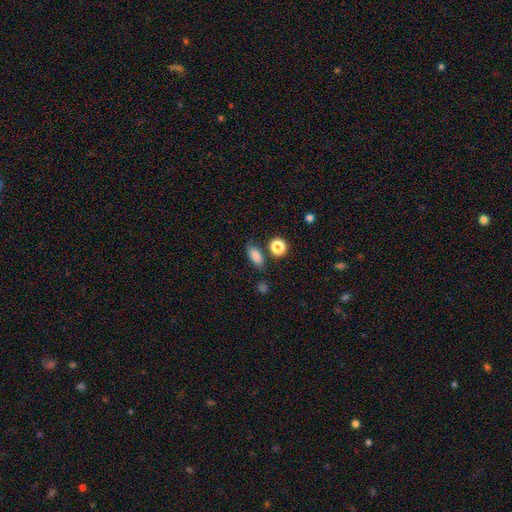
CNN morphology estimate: Q: Smooth or featured?
A: smooth (84%); runner-up: star or artifact (10%)
Q: How rounded?
A: in between (77%); runner-up: round (12%)
Q: Merging?
A: none (76%); runner-up: minor disturbance (13%)